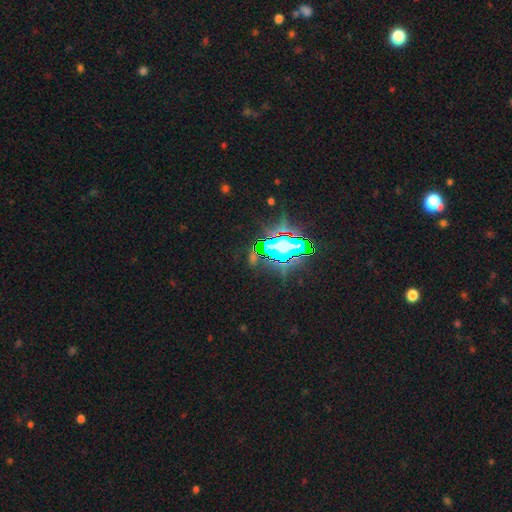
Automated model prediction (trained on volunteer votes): A star or artifact, not a galaxy (73%).